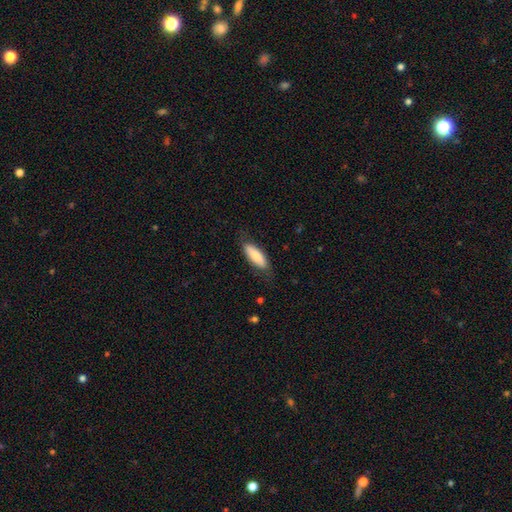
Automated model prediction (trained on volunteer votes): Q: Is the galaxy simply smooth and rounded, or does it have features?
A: smooth — 79%.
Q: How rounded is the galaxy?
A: in between — 61%.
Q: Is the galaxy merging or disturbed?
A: none — 76%.